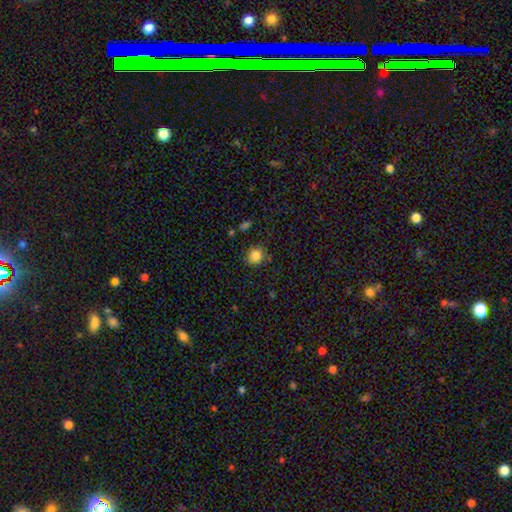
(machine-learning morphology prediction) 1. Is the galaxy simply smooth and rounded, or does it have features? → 84% smooth, 10% star or artifact, 6% featured or disk.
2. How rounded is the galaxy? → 81% round, 18% in between, 1% cigar-shaped.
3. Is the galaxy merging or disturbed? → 80% none, 15% minor disturbance, 4% major disturbance, 2% merger.